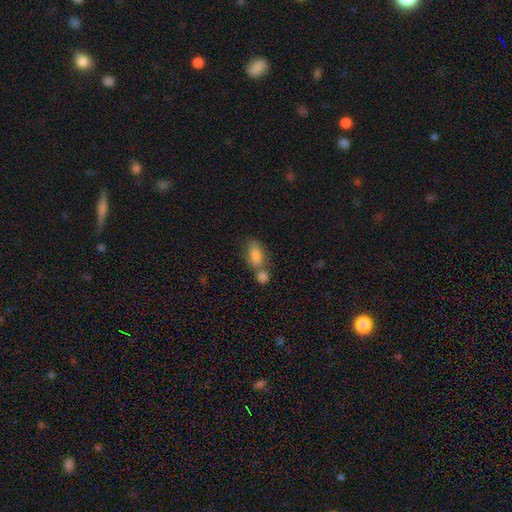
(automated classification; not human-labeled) Smooth or featured: smooth — 81% (featured or disk — 10%)
How rounded: in between — 85% (round — 8%)
Merging: merger — 45% (none — 38%)